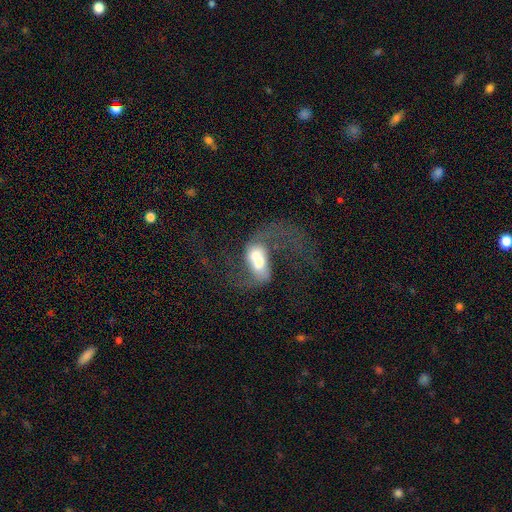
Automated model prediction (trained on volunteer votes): Overall: featured or disk (60%; smooth 31%). Edge-on disk: no (95%). Bar: no (66%). Spiral arms: yes (67%; no 33%). Bulge size: moderate (46%; large 28%). Merging: merger (74%).